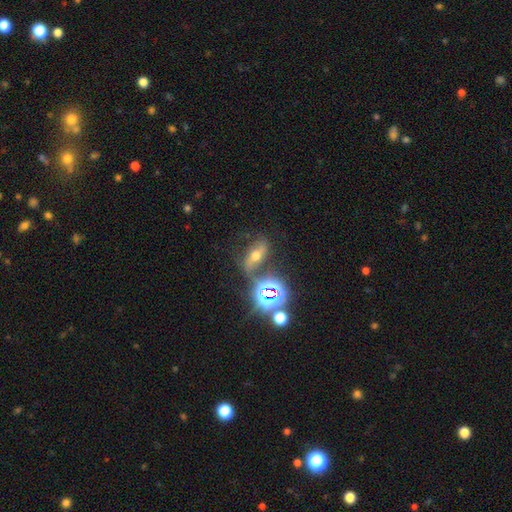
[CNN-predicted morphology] Q: Smooth or featured?
A: featured or disk (45%); runner-up: star or artifact (29%)
Q: Merging?
A: none (64%); runner-up: minor disturbance (18%)